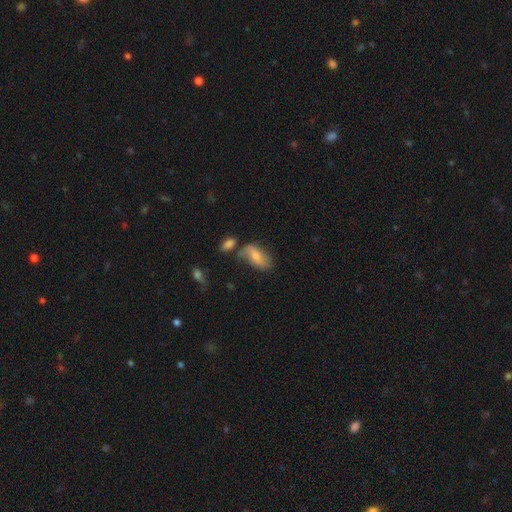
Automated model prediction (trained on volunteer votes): A smooth galaxy with no disk features (61%) that is in between round and cigar-shaped (90%). Merging: none (48%).